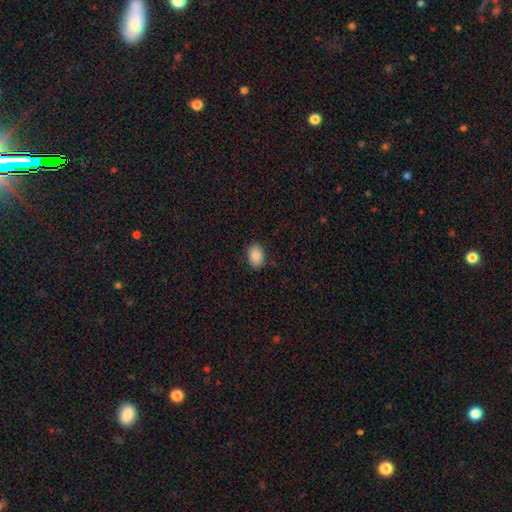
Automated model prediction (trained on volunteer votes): The model was most divided on "how rounded": in between: 84%, round: 15%, cigar-shaped: 1%. More confident: merging — none (88%); smooth or featured — smooth (87%).